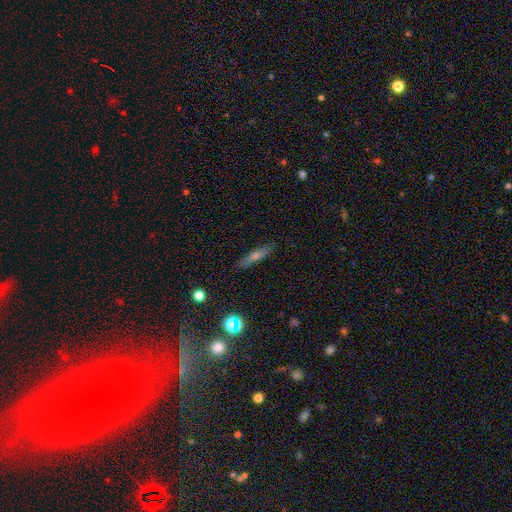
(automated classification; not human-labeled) Q: Smooth or featured?
A: smooth (46%); runner-up: featured or disk (42%)
Q: Merging?
A: none (88%); runner-up: minor disturbance (9%)